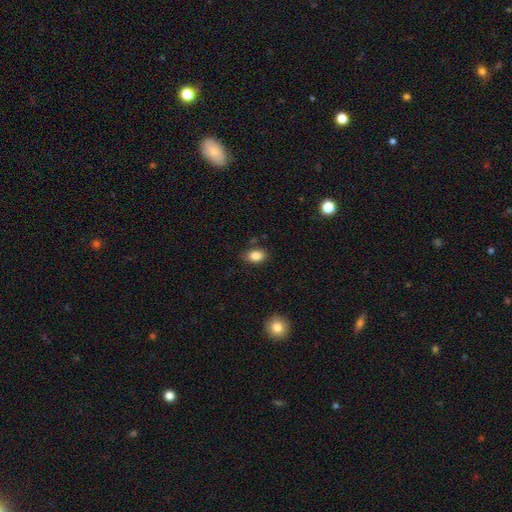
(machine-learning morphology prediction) Smooth or featured? Predicted: smooth (p=0.85). How rounded? Predicted: in between (p=0.84). Merging? Predicted: none (p=0.79).